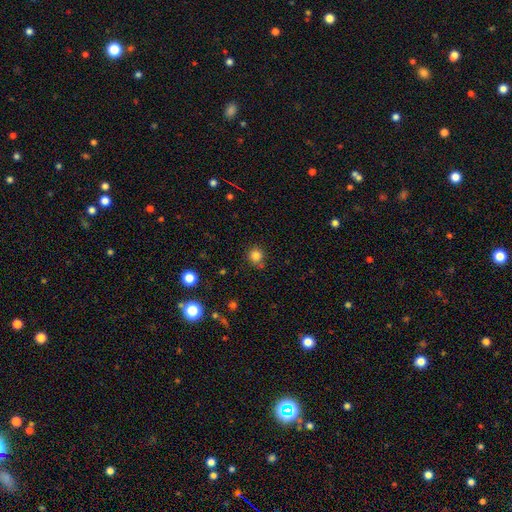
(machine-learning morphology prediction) Smooth or featured? smooth (82%)
How rounded? round (90%)
Merging? none (75%)